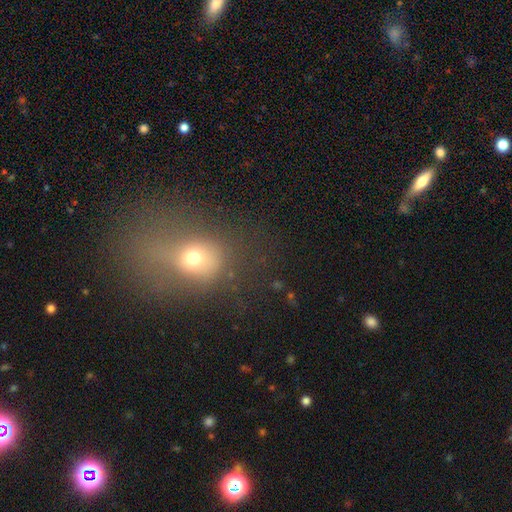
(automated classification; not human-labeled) smooth-or-featured: smooth: 56% | star or artifact: 24% | featured or disk: 19%
  how-rounded: in between: 54% | round: 44% | cigar-shaped: 2%
  merging: none: 45% | major disturbance: 26% | minor disturbance: 24% | merger: 6%